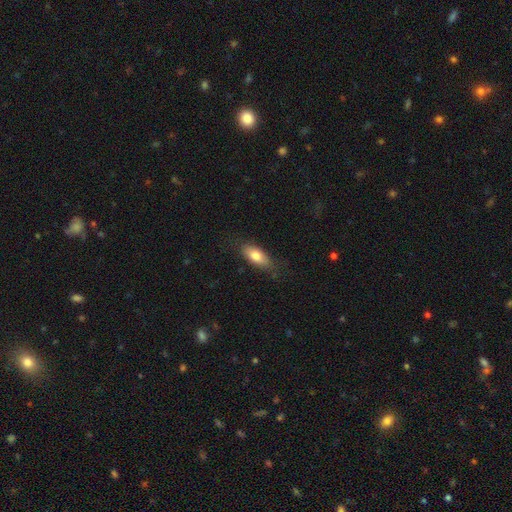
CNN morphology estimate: Smooth or featured? smooth (78%)
How rounded? in between (84%)
Merging? none (78%)